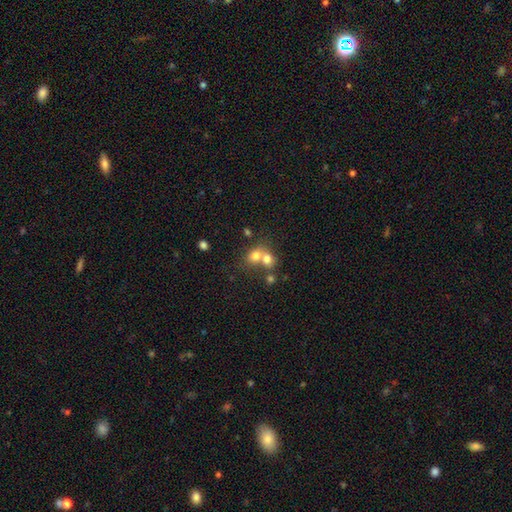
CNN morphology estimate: A smooth galaxy with no disk features (73%) that is round (62%).

Vote fractions:
- Smooth or featured? smooth: 73% / featured or disk: 15% / star or artifact: 13%
- How rounded? round: 62% / in between: 37% / cigar-shaped: 1%
- Merging? merger: 60% / none: 30% / minor disturbance: 6% / major disturbance: 3%